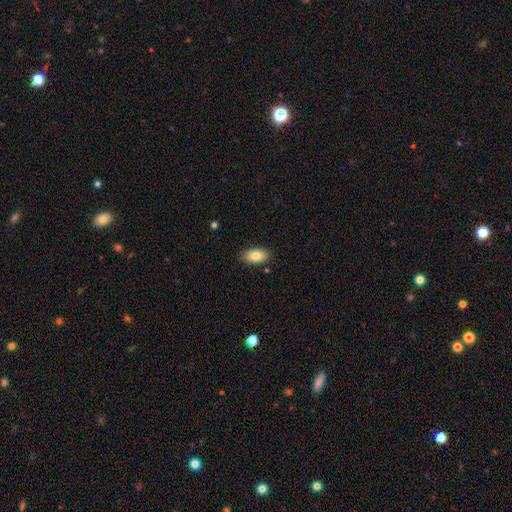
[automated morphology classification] Smooth or featured: smooth — 80% (featured or disk — 13%)
How rounded: in between — 92% (round — 4%)
Merging: none — 86% (minor disturbance — 10%)